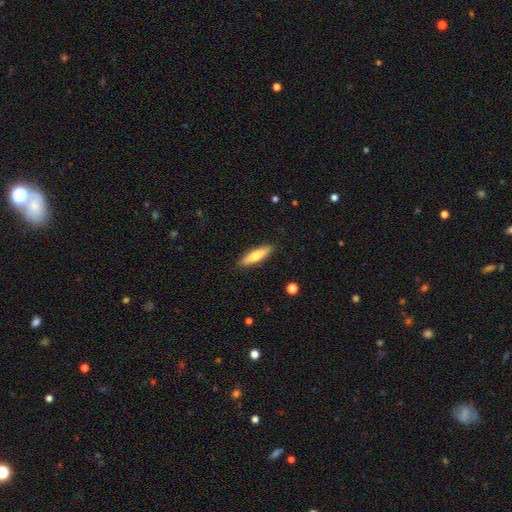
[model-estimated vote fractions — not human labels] Smooth or featured?
  - smooth: 66% *
  - featured or disk: 29%
  - star or artifact: 6%
How rounded?
  - cigar-shaped: 69% *
  - in between: 29%
  - round: 2%
Merging?
  - none: 89% *
  - minor disturbance: 8%
  - major disturbance: 2%
  - merger: 1%